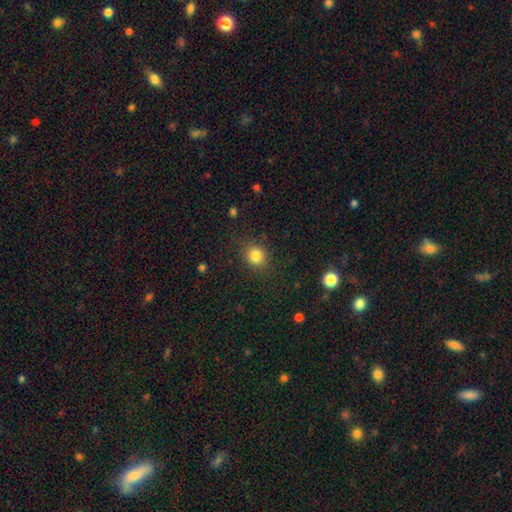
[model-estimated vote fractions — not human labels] Morphology: type=smooth (83%); roundness=round (79%); merging=none (85%).